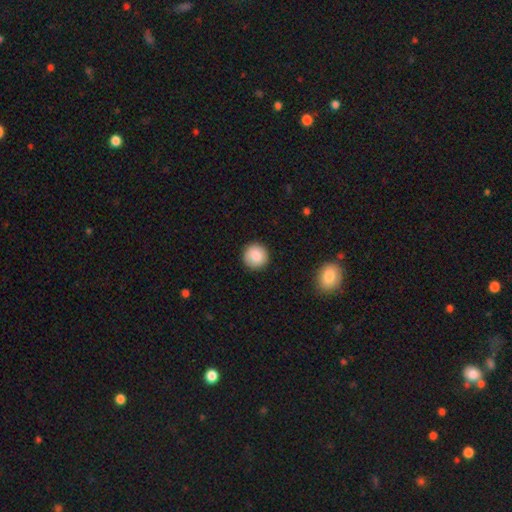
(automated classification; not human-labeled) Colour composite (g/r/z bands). It shows a smooth galaxy with no disk features (86%) that is round (95%). Merging: none (91%).